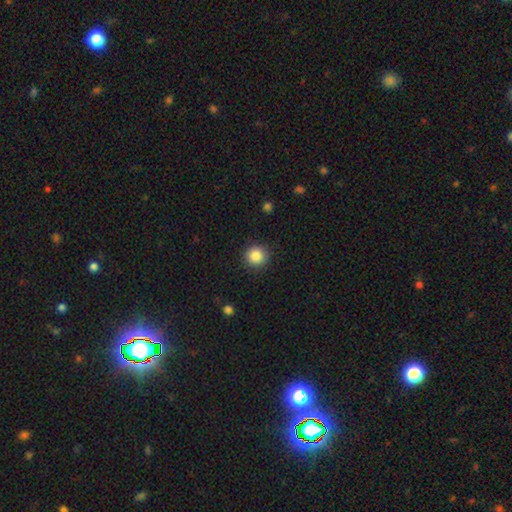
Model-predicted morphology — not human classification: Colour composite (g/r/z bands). It shows a smooth galaxy with no disk features (87%) that is round (94%). Merging: none (90%).